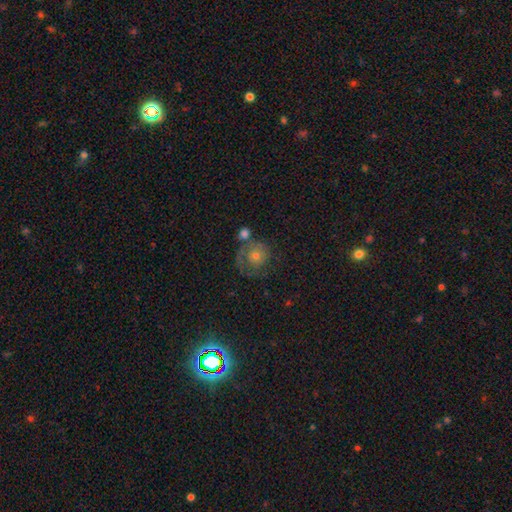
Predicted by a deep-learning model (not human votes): The model was most divided on "smooth or featured": featured or disk: 47%, smooth: 37%, star or artifact: 16%. More confident: merging — none (57%).